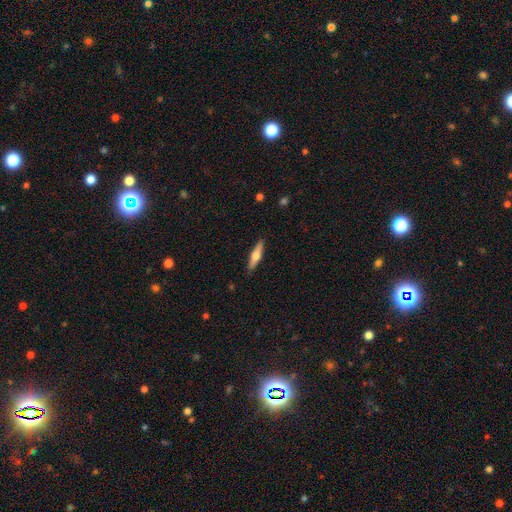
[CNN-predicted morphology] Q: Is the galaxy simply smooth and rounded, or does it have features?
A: smooth — 50%.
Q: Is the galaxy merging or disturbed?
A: none — 90%.